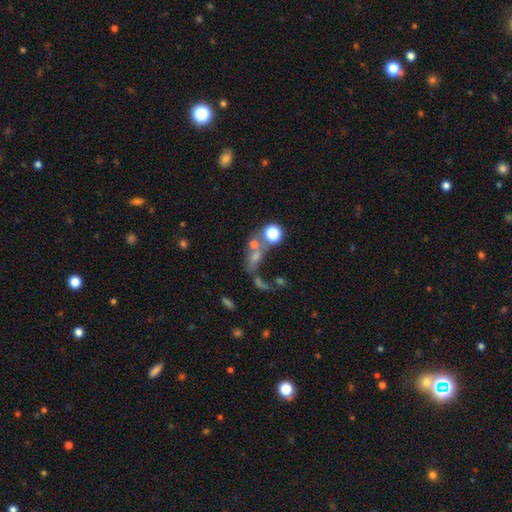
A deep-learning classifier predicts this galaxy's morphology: A smooth galaxy with no disk features (43%).

Vote fractions:
- Smooth or featured? smooth: 43% / star or artifact: 31% / featured or disk: 26%
- Merging? merger: 39% / none: 33% / major disturbance: 17% / minor disturbance: 10%